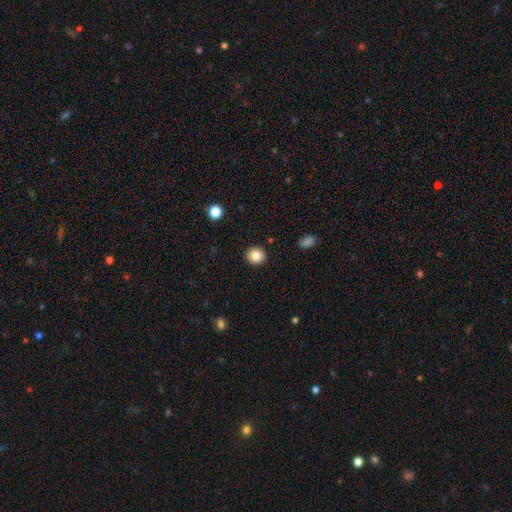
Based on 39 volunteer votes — This is clearly a smooth galaxy (85%). How rounded: clearly round (82%). Merging: clearly none (94%).